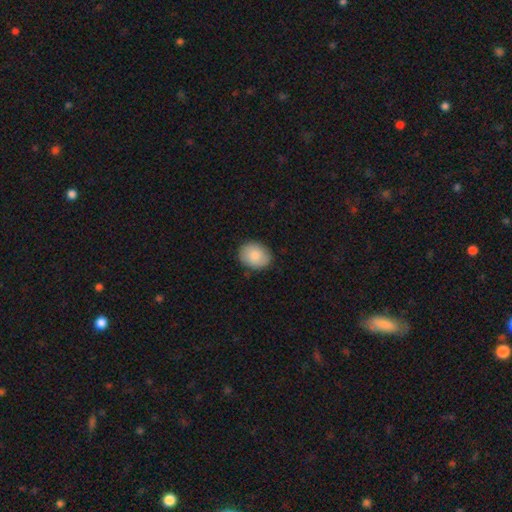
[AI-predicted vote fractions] Smooth or featured? smooth (84%)
How rounded? round (50%)
Merging? none (85%)